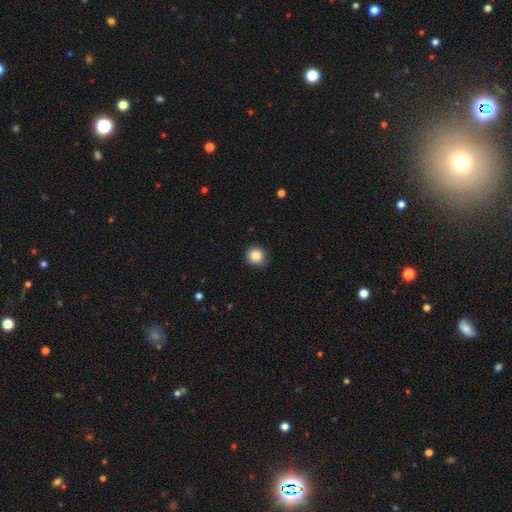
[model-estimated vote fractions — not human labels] smooth 86%, star or artifact 10%, featured or disk 4%. Down the decision tree: how rounded — round (91%); merging — none (86%).